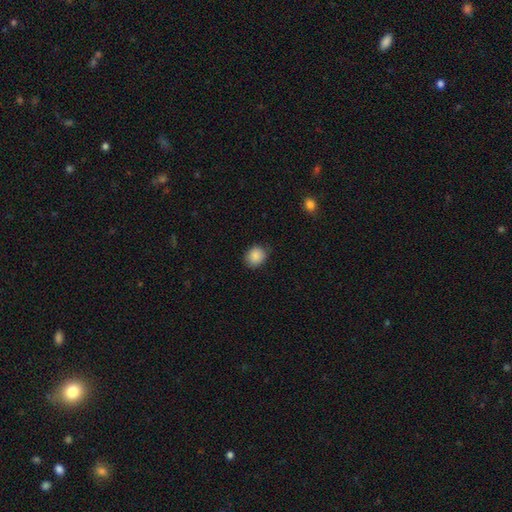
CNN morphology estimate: smooth-or-featured: smooth: 88% | star or artifact: 8% | featured or disk: 4%
  how-rounded: round: 61% | in between: 38% | cigar-shaped: 1%
  merging: none: 80% | minor disturbance: 16% | major disturbance: 3% | merger: 1%